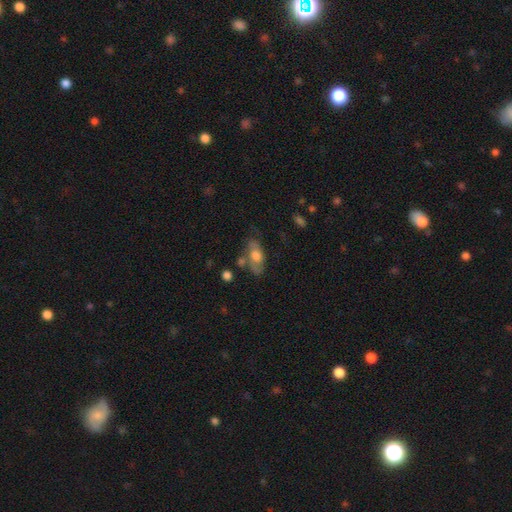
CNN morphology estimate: Smooth or featured? smooth (51%)
How rounded? in between (82%)
Merging? none (54%)